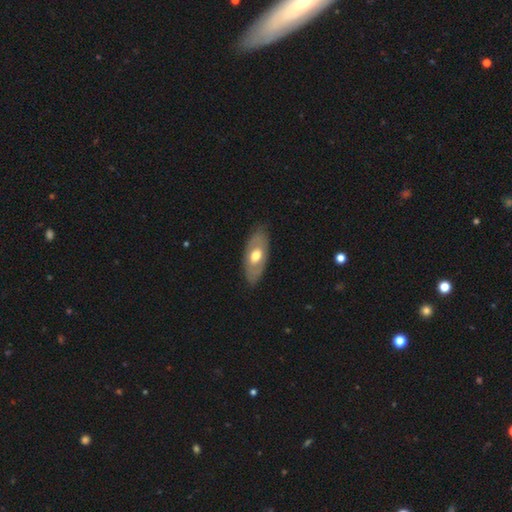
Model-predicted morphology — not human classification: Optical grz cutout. It shows a featured or disk galaxy (49%). Merging: none (80%).